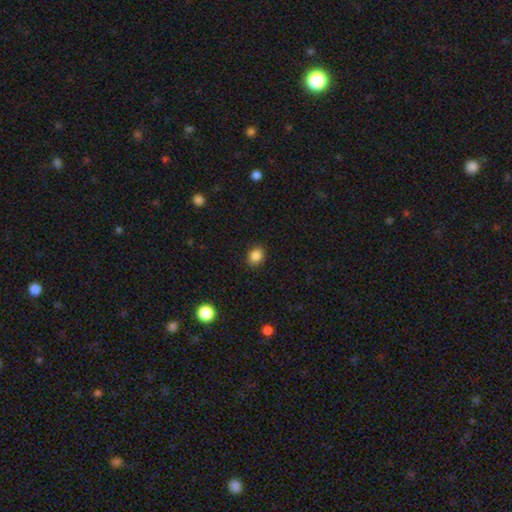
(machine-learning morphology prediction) This appears to be a smooth galaxy with no disk features (86%) that is round (53%). Merging: none (89%).